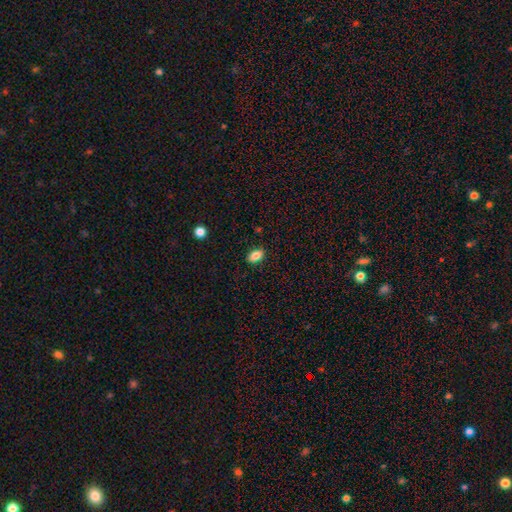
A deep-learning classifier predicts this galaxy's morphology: Overall: smooth (84%). How rounded: in between (88%). Merging: none (87%).